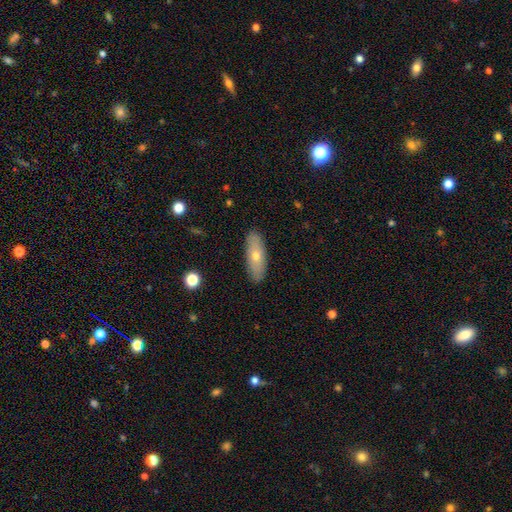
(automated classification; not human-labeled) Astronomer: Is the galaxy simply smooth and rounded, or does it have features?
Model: smooth — 60%.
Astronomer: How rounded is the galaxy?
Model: in between — 66%.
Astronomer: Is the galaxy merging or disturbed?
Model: none — 88%.